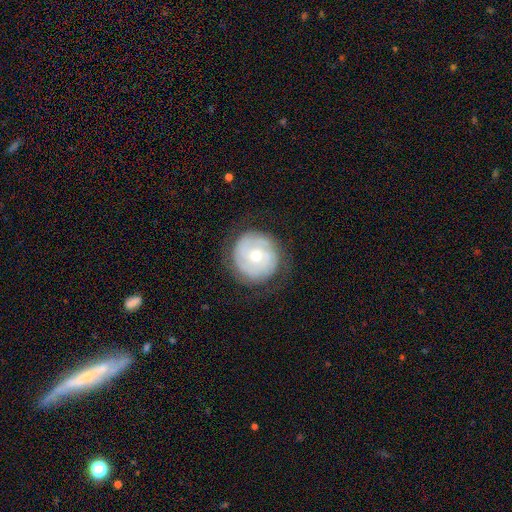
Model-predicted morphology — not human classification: Q: Smooth or featured?
A: featured or disk (72%); runner-up: smooth (22%)
Q: Edge-on disk?
A: no (98%); runner-up: yes (2%)
Q: Bar?
A: no (73%); runner-up: weak (22%)
Q: Spiral arms?
A: yes (87%); runner-up: no (13%)
Q: Spiral winding?
A: tight (74%); runner-up: medium (20%)
Q: Spiral arm count?
A: can't tell (35%); runner-up: 2 (30%)
Q: Bulge size?
A: moderate (63%); runner-up: small (33%)
Q: Merging?
A: none (78%); runner-up: minor disturbance (15%)